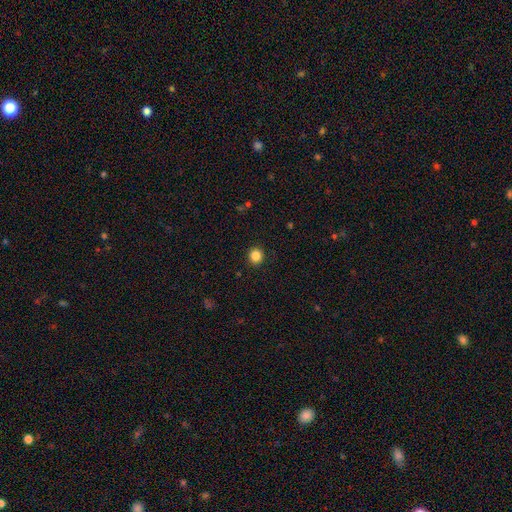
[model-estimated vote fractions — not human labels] smooth 86%, star or artifact 11%, featured or disk 3%. Down the decision tree: how rounded — round (87%); merging — none (92%).